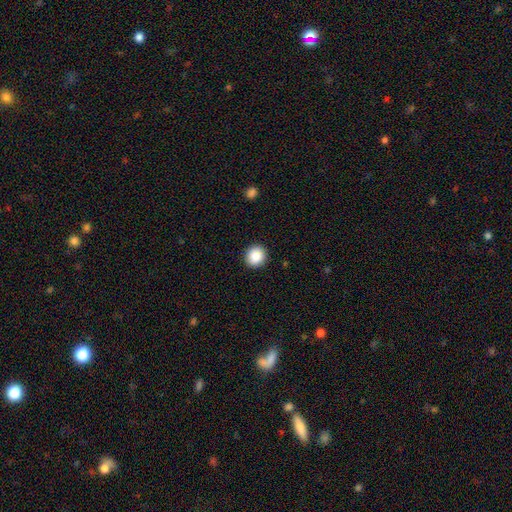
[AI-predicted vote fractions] smooth_or_featured: smooth (p=0.88) [alt: star or artifact p=0.08]
how_rounded: round (p=0.85) [alt: in between p=0.14]
merging: none (p=0.91) [alt: minor disturbance p=0.06]